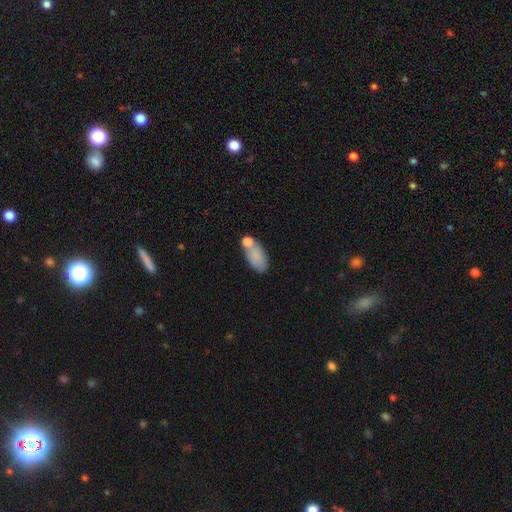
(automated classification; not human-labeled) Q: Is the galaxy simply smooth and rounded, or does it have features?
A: smooth — 81%.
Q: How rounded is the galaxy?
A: in between — 89%.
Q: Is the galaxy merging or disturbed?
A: none — 50%.